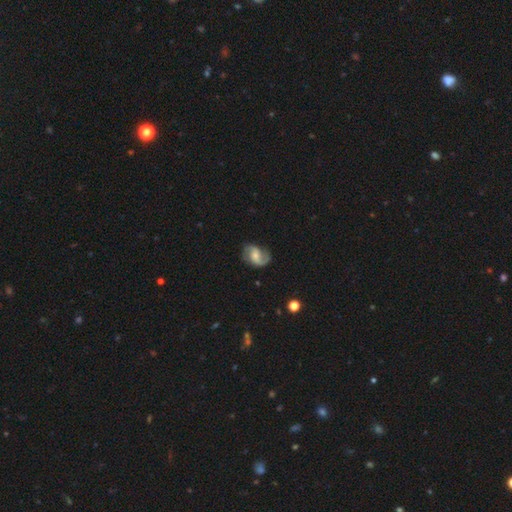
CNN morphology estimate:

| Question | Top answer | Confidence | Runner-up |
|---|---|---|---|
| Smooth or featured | featured or disk | 81% | smooth (13%) |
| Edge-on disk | no | 98% | yes (2%) |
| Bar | weak | 45% | no (44%) |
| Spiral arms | yes | 96% | no (4%) |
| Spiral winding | medium | 50% | loose (33%) |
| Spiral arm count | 2 | 90% | 1 (4%) |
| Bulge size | moderate | 41% | small (33%) |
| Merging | none | 77% | minor disturbance (16%) |